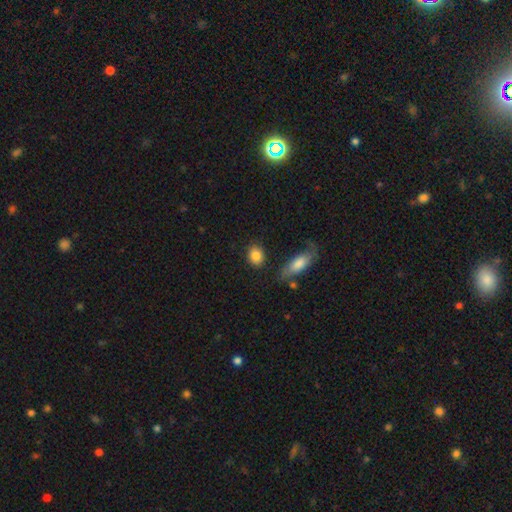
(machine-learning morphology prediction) type=smooth (86%); roundness=round (50%); merging=none (81%).